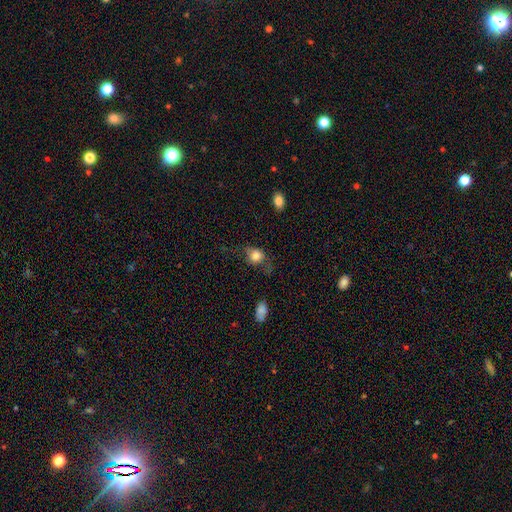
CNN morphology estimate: Q: Smooth or featured?
A: smooth (79%); runner-up: featured or disk (12%)
Q: How rounded?
A: round (65%); runner-up: in between (33%)
Q: Merging?
A: none (51%); runner-up: minor disturbance (28%)